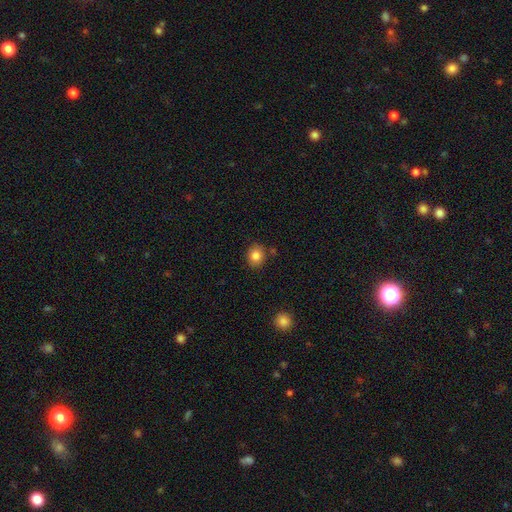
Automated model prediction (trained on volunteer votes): A smooth galaxy with no disk features (83%) that is round (64%). Merging: none (83%).